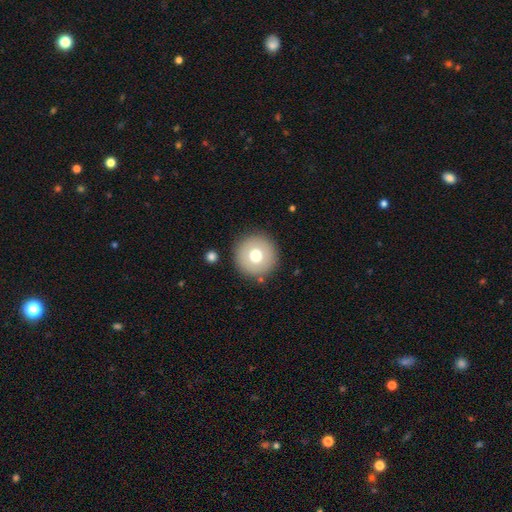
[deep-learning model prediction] The model was most divided on "smooth or featured": smooth: 71%, featured or disk: 19%, star or artifact: 9%. More confident: how rounded — round (96%); merging — none (89%).